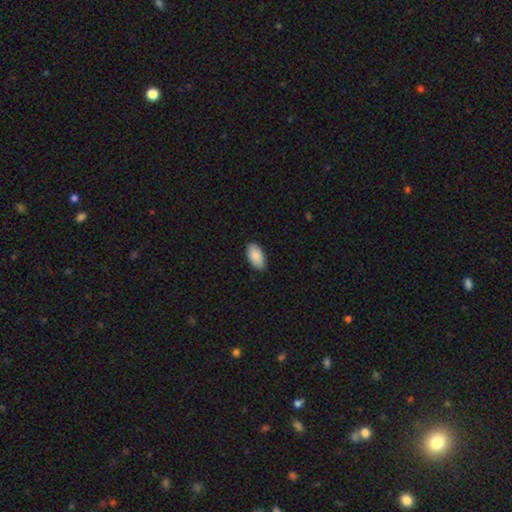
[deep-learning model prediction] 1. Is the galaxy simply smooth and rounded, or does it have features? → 89% smooth, 6% star or artifact, 5% featured or disk.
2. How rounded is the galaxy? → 96% in between, 3% round, 2% cigar-shaped.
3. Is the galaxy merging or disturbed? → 87% none, 10% minor disturbance, 2% major disturbance, 1% merger.